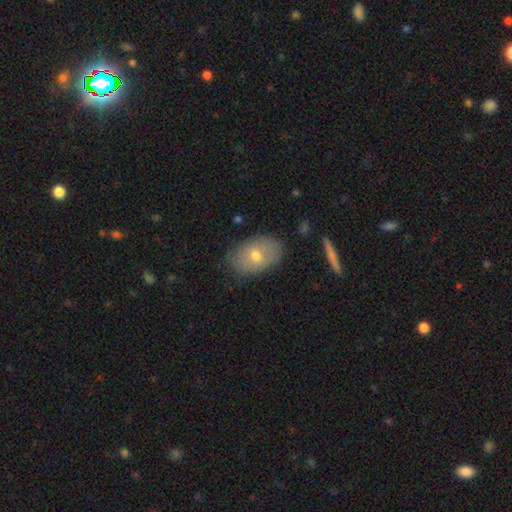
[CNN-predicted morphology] type=smooth (61%); roundness=in between (87%); merging=none (80%).